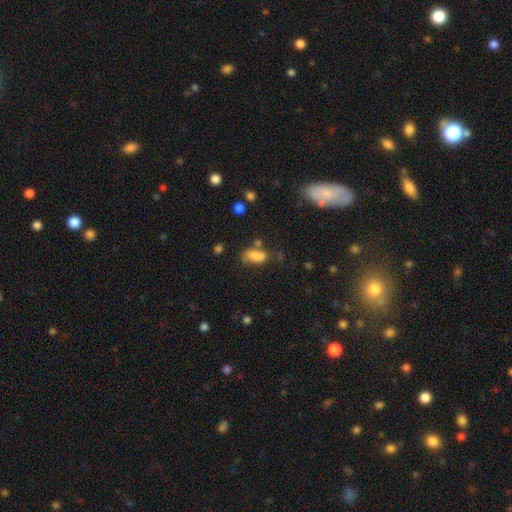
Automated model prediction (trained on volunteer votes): The model was most divided on "merging": none: 49%, minor disturbance: 26%, merger: 13%, major disturbance: 12%. More confident: how rounded — in between (87%); smooth or featured — smooth (80%).